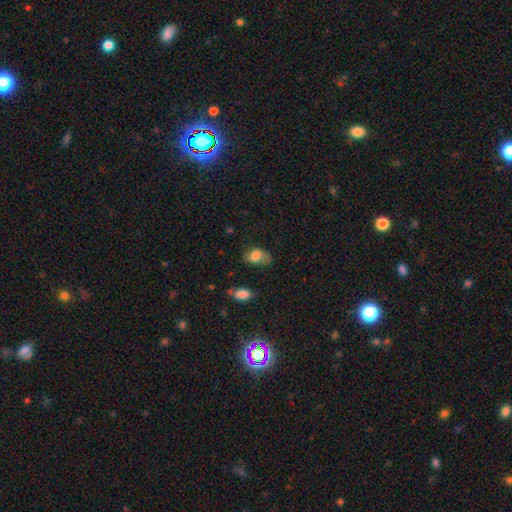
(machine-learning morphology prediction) type=smooth (76%); roundness=in between (81%); merging=none (42%).